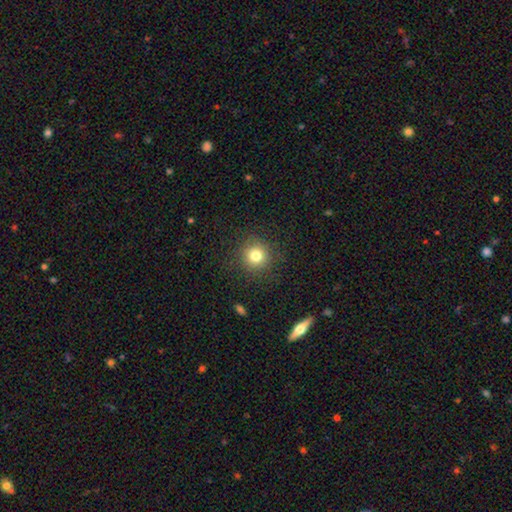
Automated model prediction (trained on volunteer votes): This appears to be a smooth galaxy with no disk features (79%) that is round (93%). Merging: none (88%).